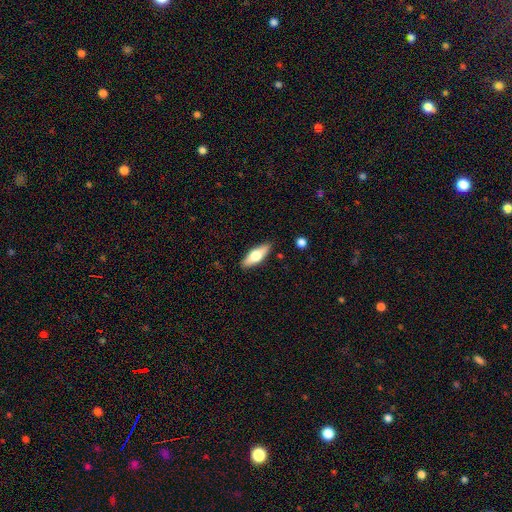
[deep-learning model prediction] A smooth galaxy with no disk features (55%) that is in between round and cigar-shaped (60%).

Vote fractions:
- Smooth or featured? smooth: 55% / featured or disk: 39% / star or artifact: 6%
- How rounded? in between: 60% / cigar-shaped: 38% / round: 3%
- Merging? none: 87% / minor disturbance: 9% / major disturbance: 2% / merger: 1%